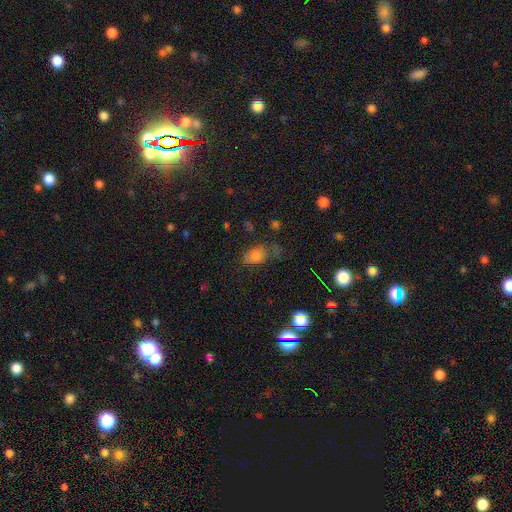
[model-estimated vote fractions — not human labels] Q: Smooth or featured?
A: smooth (76%); runner-up: star or artifact (14%)
Q: How rounded?
A: in between (81%); runner-up: round (15%)
Q: Merging?
A: none (58%); runner-up: minor disturbance (26%)